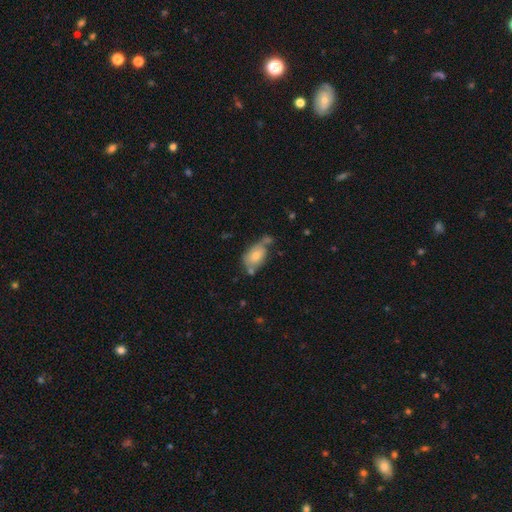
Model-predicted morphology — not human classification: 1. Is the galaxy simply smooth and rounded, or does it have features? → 70% smooth, 23% featured or disk, 7% star or artifact.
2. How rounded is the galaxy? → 88% in between, 10% round, 2% cigar-shaped.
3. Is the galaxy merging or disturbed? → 41% none, 25% minor disturbance, 23% merger, 11% major disturbance.